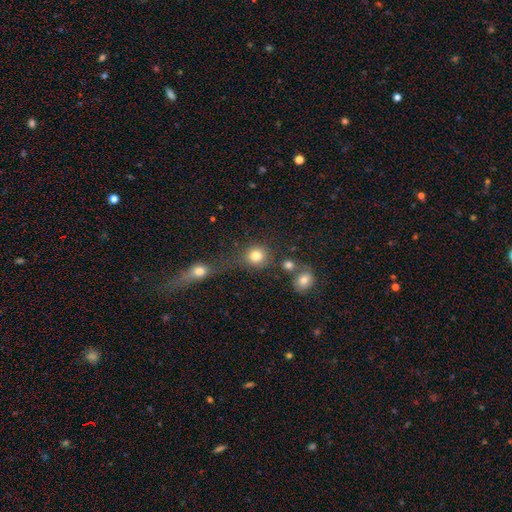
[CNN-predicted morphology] A smooth galaxy with no disk features (81%) that is round (87%). Merging: none (62%).